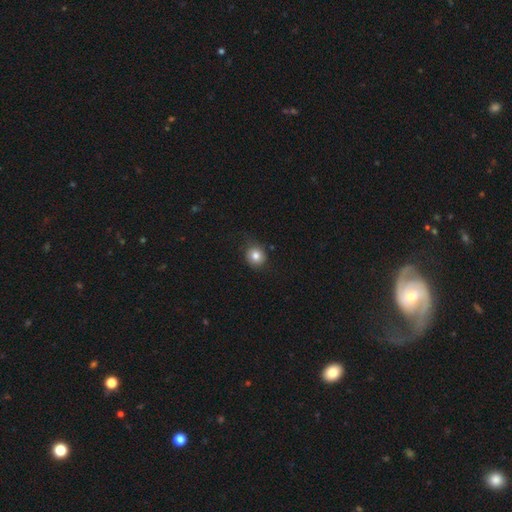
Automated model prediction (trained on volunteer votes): smooth_or_featured: smooth (p=0.80) [alt: star or artifact p=0.10]
how_rounded: round (p=0.86) [alt: in between p=0.13]
merging: none (p=0.74) [alt: minor disturbance p=0.18]